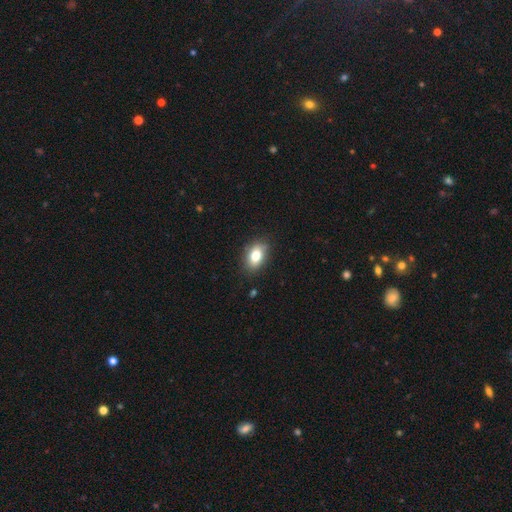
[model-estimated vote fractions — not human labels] Smooth or featured?
  - smooth: 82% *
  - featured or disk: 10%
  - star or artifact: 9%
How rounded?
  - in between: 84% *
  - round: 14%
  - cigar-shaped: 2%
Merging?
  - none: 81% *
  - minor disturbance: 14%
  - major disturbance: 3%
  - merger: 1%